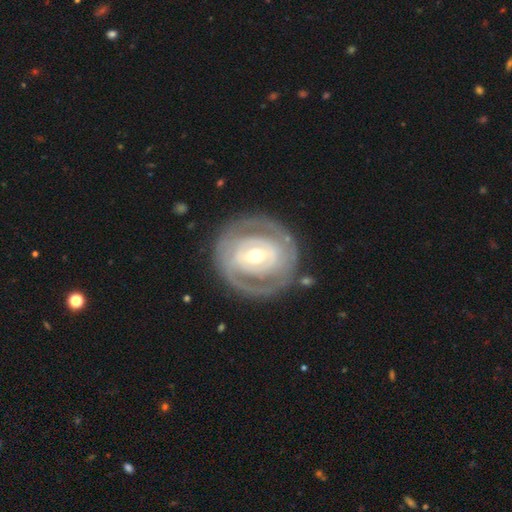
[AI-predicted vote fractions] Q: Smooth or featured?
A: featured or disk (78%); runner-up: smooth (18%)
Q: Edge-on disk?
A: no (96%); runner-up: yes (4%)
Q: Bar?
A: weak (39%); runner-up: no (33%)
Q: Spiral arms?
A: yes (62%); runner-up: no (38%)
Q: Bulge size?
A: moderate (57%); runner-up: small (36%)
Q: Merging?
A: none (80%); runner-up: minor disturbance (12%)